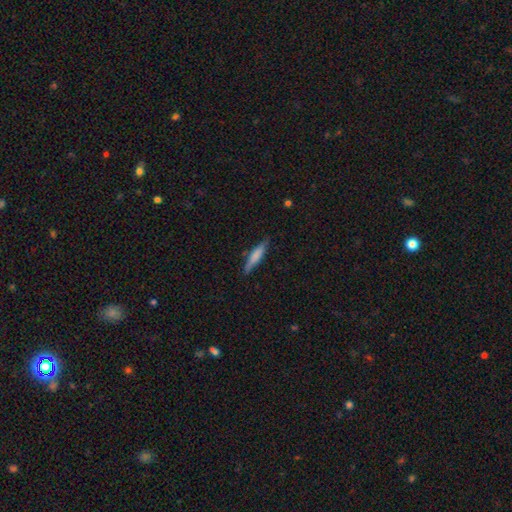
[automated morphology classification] This appears to be a smooth galaxy with no disk features (66%) that is cigar-shaped (84%). Merging: none (81%).